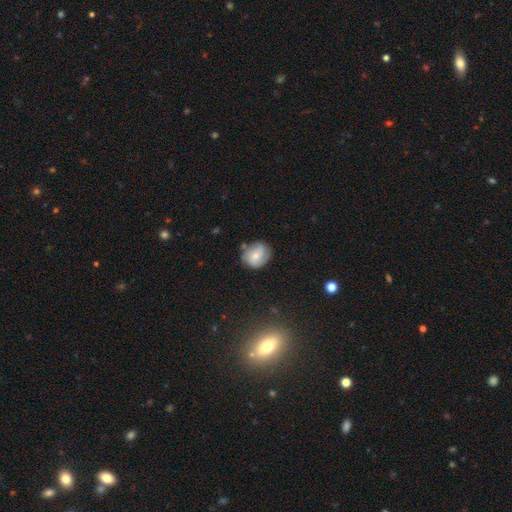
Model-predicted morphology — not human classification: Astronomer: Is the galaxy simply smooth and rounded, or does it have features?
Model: smooth — 53% (runner-up: featured or disk, 39%).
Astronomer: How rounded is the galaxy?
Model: round — 70%.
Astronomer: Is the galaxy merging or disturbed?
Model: none — 69%.